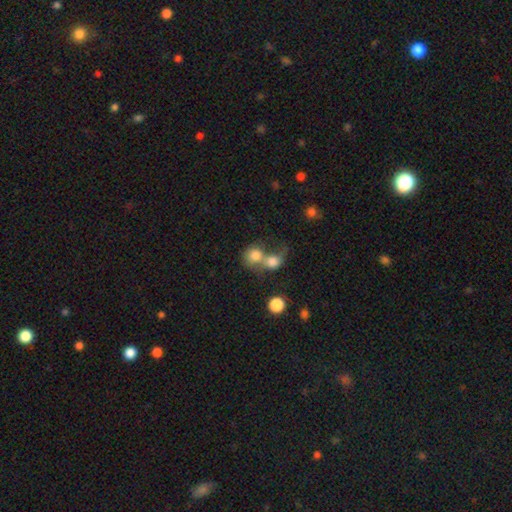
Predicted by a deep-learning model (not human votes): The model was most divided on "how rounded": round: 73%, in between: 25%, cigar-shaped: 1%. More confident: smooth or featured — smooth (77%); merging — merger (69%).